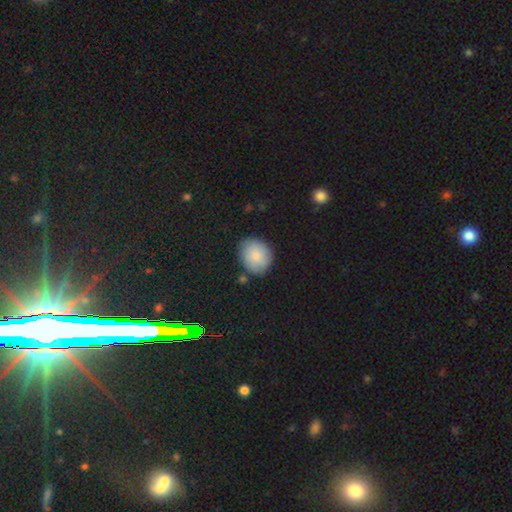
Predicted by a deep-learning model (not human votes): smooth-or-featured: smooth: 85% | featured or disk: 8% | star or artifact: 7%
  how-rounded: round: 62% | in between: 37% | cigar-shaped: 1%
  merging: none: 77% | minor disturbance: 15% | merger: 4% | major disturbance: 3%